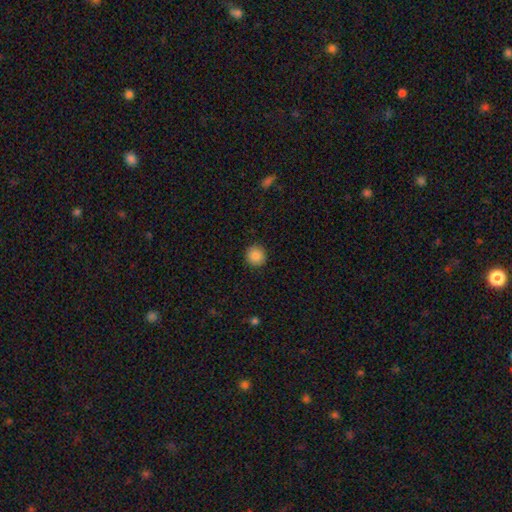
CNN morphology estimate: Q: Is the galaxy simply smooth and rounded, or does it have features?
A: smooth — 87%.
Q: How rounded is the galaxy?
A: round — 94%.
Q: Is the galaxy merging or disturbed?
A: none — 92%.